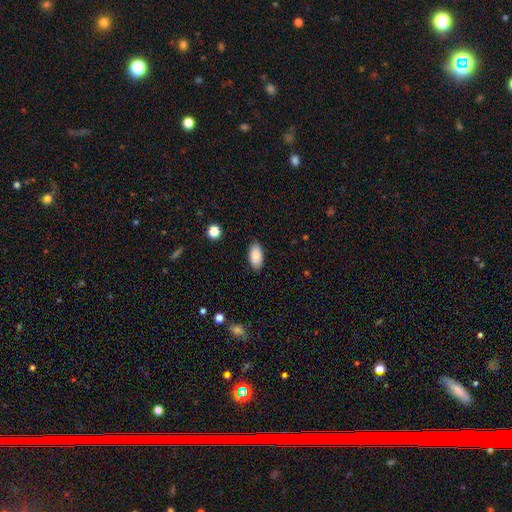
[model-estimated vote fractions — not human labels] This is clearly a smooth galaxy (88%). How rounded: clearly in between (94%). Merging: clearly none (86%).